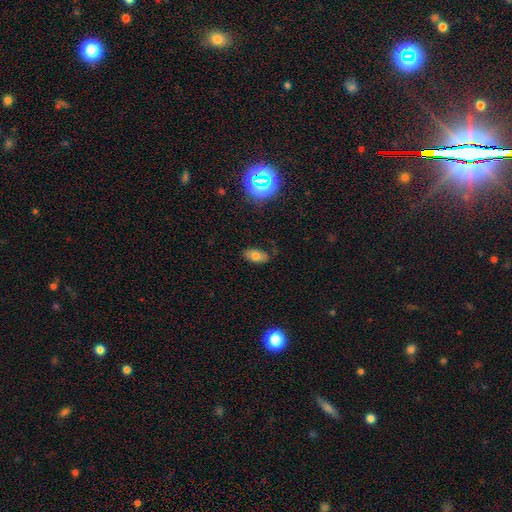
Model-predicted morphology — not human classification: A smooth galaxy with no disk features (66%) that is in between round and cigar-shaped (91%). Merging: none (78%).